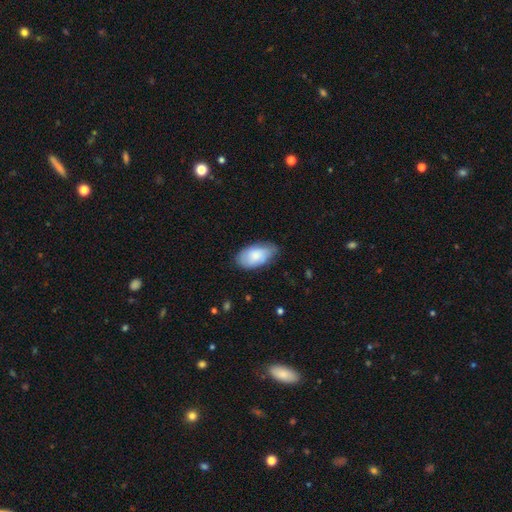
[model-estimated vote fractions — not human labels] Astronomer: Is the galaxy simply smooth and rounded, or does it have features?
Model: smooth — 78%.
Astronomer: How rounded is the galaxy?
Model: in between — 95%.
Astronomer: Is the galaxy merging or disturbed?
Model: none — 66%.